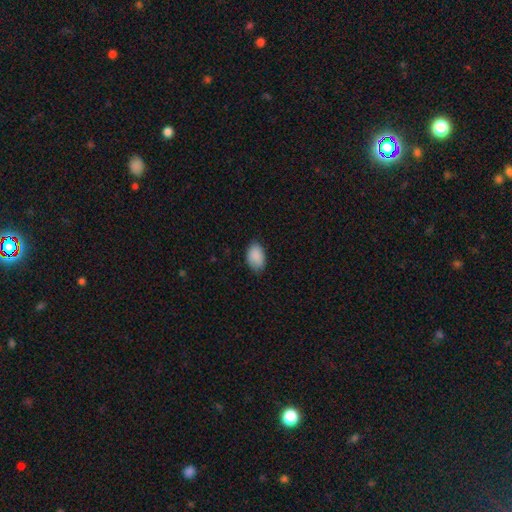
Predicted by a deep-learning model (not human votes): smooth_or_featured: smooth (p=0.88) [alt: star or artifact p=0.07]
how_rounded: in between (p=0.89) [alt: round p=0.09]
merging: none (p=0.74) [alt: minor disturbance p=0.22]